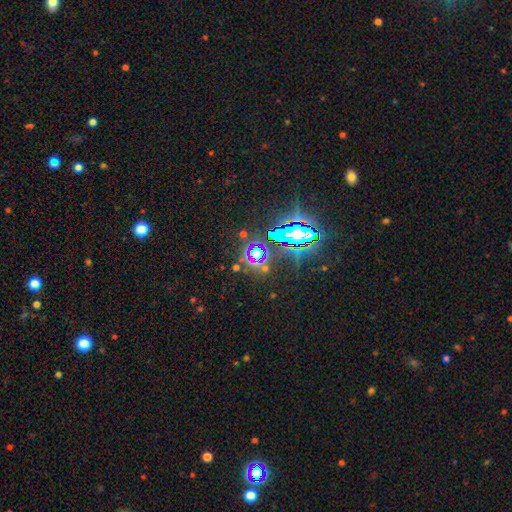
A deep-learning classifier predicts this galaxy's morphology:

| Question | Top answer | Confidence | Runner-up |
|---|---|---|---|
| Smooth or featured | star or artifact | 73% | smooth (17%) |